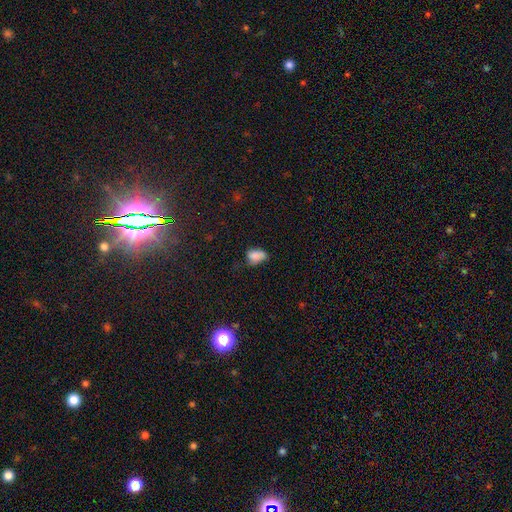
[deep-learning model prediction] Overall: smooth (81%). How rounded: in between (87%). Merging: minor disturbance (41%; none 40%).